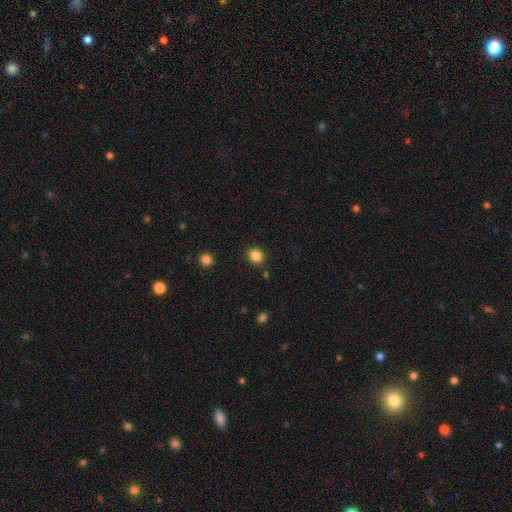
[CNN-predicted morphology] Smooth or featured: smooth — 85% (star or artifact — 11%)
How rounded: round — 74% (in between — 25%)
Merging: none — 86% (minor disturbance — 8%)